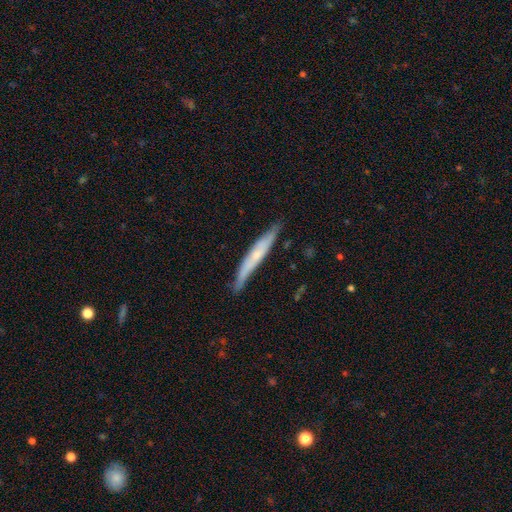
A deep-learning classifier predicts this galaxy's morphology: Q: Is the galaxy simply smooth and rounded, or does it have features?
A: featured or disk — 53%.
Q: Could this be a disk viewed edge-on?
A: yes — 84%.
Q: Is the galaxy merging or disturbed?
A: none — 76%.